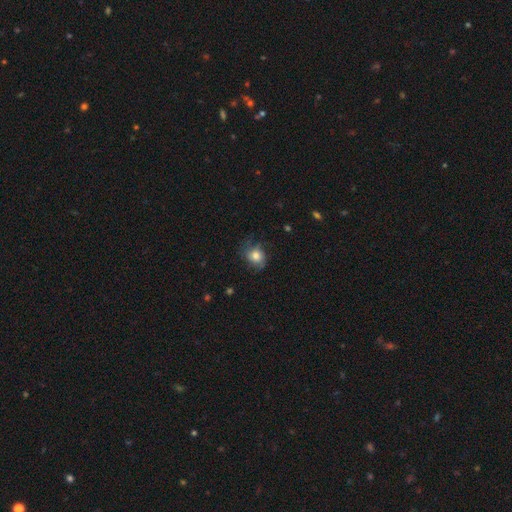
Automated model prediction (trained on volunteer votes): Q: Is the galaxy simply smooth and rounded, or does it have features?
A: smooth — 58%.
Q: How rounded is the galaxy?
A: round — 65%.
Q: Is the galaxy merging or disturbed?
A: none — 59%.